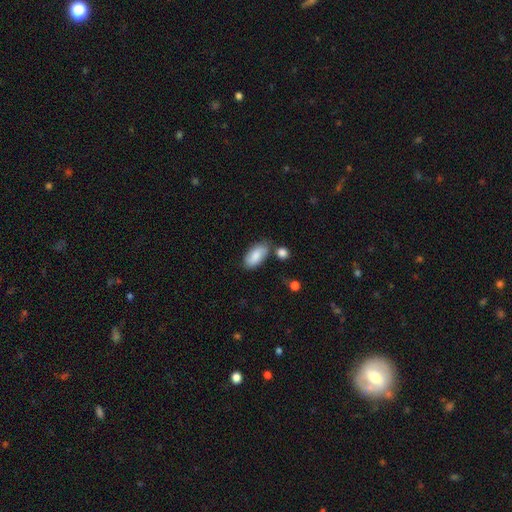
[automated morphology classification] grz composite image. It shows a smooth galaxy with no disk features (80%) that is in between round and cigar-shaped (93%). Merging: none (68%).